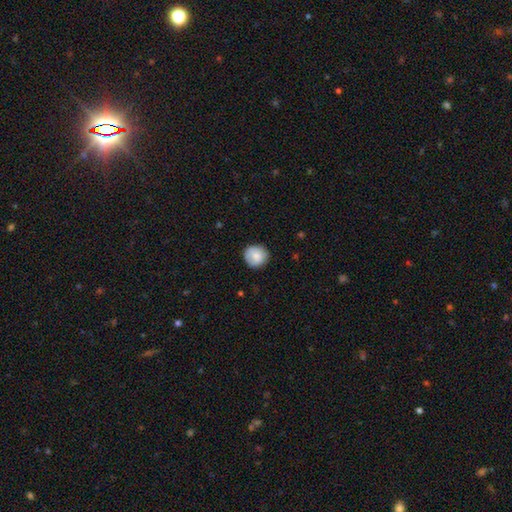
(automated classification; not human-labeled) This appears to be a smooth galaxy with no disk features (81%) that is round (91%). Merging: none (84%).